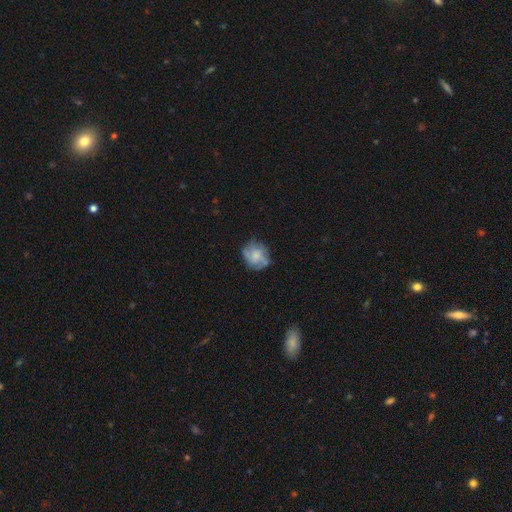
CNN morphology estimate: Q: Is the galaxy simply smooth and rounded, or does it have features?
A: featured or disk — 51%.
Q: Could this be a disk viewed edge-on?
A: no — 97%.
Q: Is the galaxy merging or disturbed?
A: none — 69%.